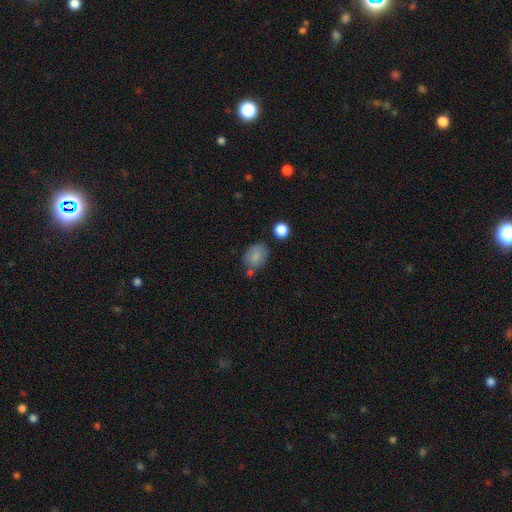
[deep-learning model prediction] Q: Smooth or featured?
A: smooth (81%); runner-up: featured or disk (10%)
Q: How rounded?
A: in between (67%); runner-up: round (32%)
Q: Merging?
A: none (61%); runner-up: minor disturbance (22%)